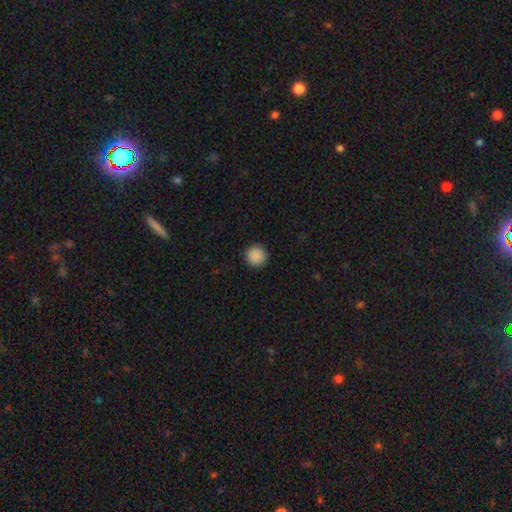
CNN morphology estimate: Smooth or featured? Predicted: smooth (p=0.89). How rounded? Predicted: round (p=0.96). Merging? Predicted: none (p=0.93).